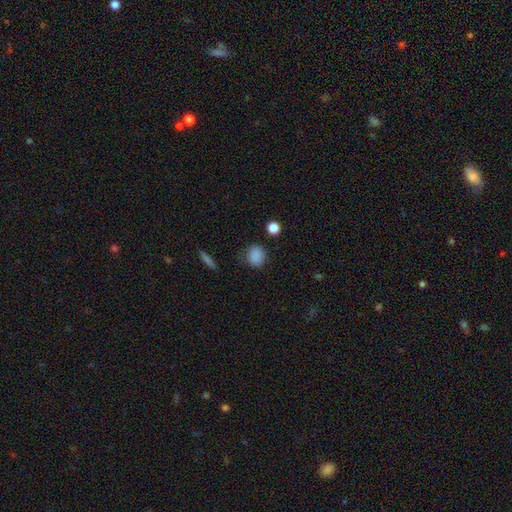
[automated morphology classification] Smooth or featured: smooth — 85% (star or artifact — 11%)
How rounded: round — 76% (in between — 23%)
Merging: none — 78% (minor disturbance — 15%)